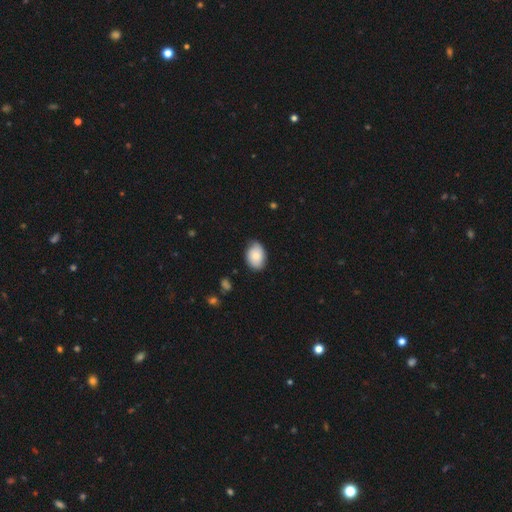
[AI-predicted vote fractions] This appears to be a smooth galaxy with no disk features (77%) that is in between round and cigar-shaped (81%). Merging: none (75%).